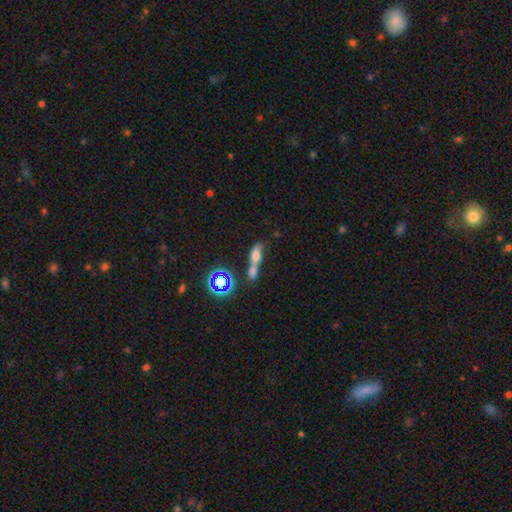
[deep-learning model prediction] Smooth or featured?
  - smooth: 55% *
  - star or artifact: 23%
  - featured or disk: 22%
How rounded?
  - in between: 61% *
  - cigar-shaped: 28%
  - round: 12%
Merging?
  - merger: 62% *
  - none: 21%
  - minor disturbance: 9%
  - major disturbance: 8%